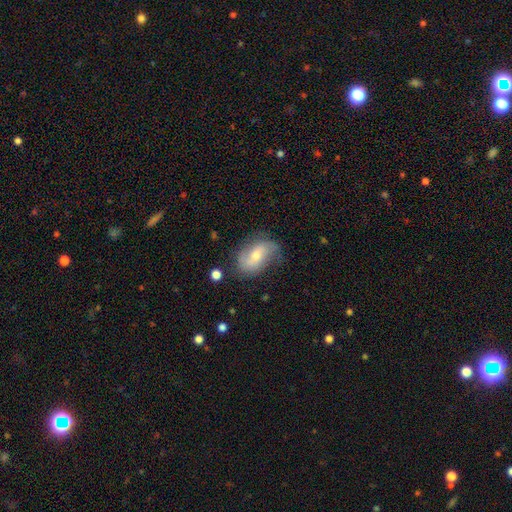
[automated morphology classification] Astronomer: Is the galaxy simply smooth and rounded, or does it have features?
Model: featured or disk — 56% (runner-up: smooth, 36%).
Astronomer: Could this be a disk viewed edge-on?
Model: no — 95%.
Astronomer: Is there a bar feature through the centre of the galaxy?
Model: no — 49% (runner-up: weak, 38%).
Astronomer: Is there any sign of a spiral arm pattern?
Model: yes — 82%.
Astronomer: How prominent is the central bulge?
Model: moderate — 50% (runner-up: small, 44%).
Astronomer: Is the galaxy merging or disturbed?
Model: none — 64%.